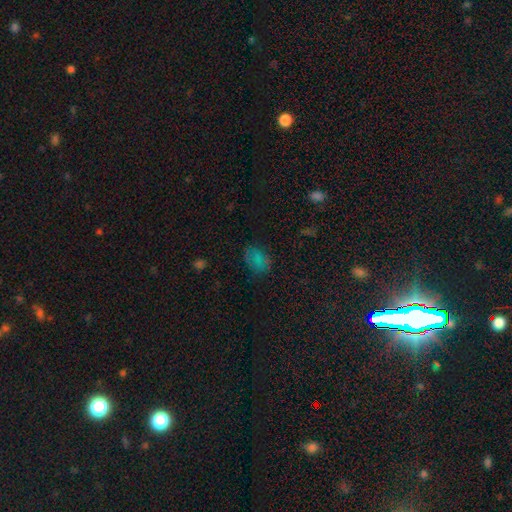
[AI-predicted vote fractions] Smooth or featured: smooth — 59% (star or artifact — 28%)
How rounded: in between — 71% (round — 27%)
Merging: none — 70% (minor disturbance — 19%)